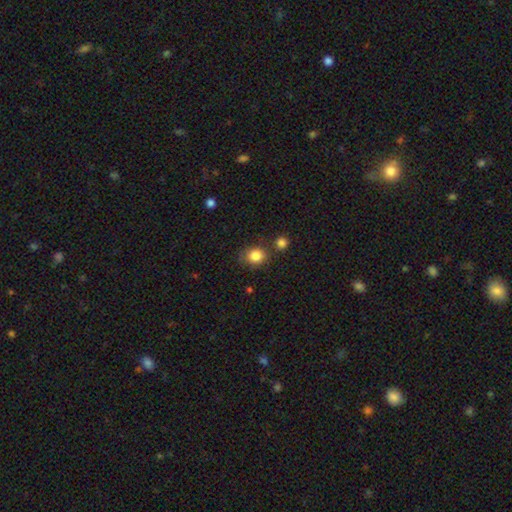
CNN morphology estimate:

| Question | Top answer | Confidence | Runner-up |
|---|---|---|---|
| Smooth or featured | smooth | 84% | star or artifact (10%) |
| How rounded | round | 68% | in between (31%) |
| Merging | none | 70% | minor disturbance (15%) |